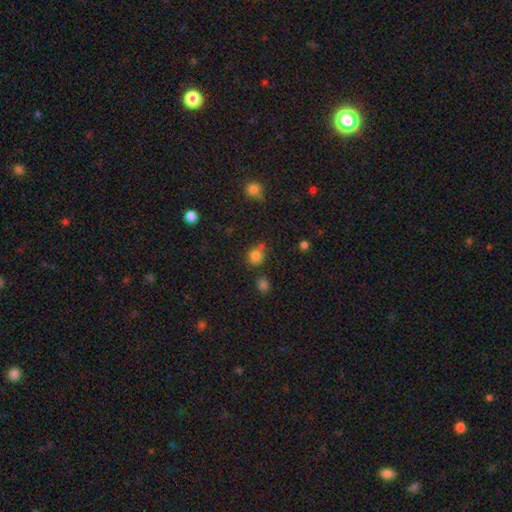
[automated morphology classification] Smooth or featured? smooth (80%)
How rounded? round (82%)
Merging? none (66%)